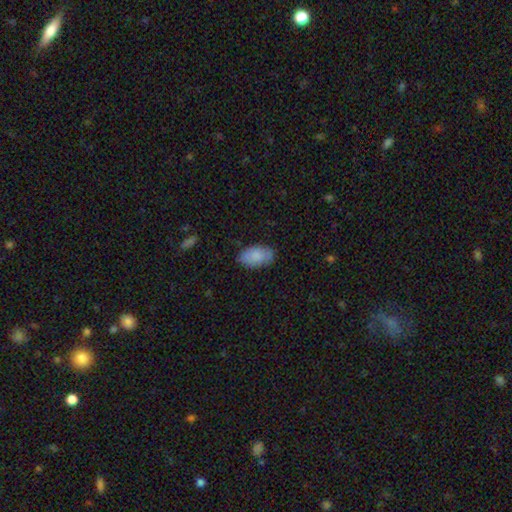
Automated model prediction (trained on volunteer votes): Morphology: type=smooth (85%); roundness=in between (94%); merging=none (79%).